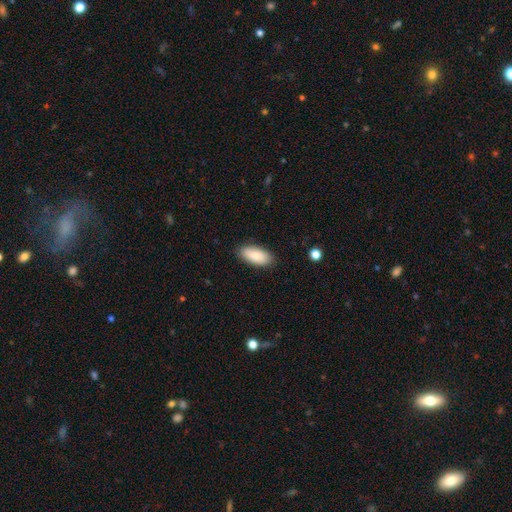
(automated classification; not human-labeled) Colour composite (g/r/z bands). It shows a smooth galaxy with no disk features (87%) that is in between round and cigar-shaped (89%). Merging: none (87%).